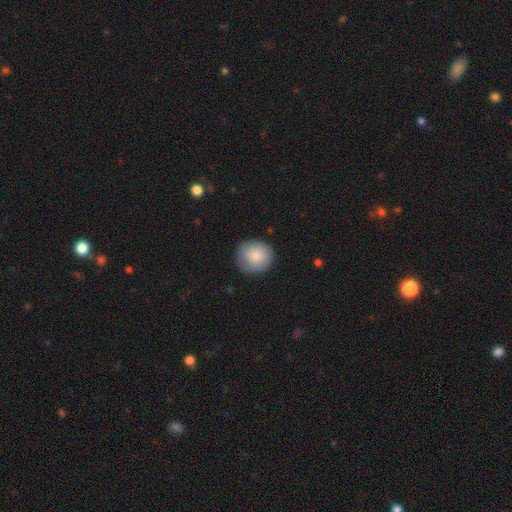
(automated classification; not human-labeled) The model was most divided on "merging": none: 82%, minor disturbance: 13%, major disturbance: 3%, merger: 1%. More confident: how rounded — round (89%); smooth or featured — smooth (84%).